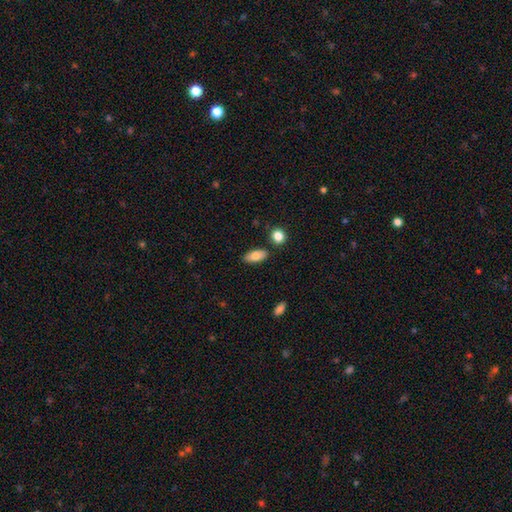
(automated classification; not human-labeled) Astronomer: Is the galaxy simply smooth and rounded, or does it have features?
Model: smooth — 80%.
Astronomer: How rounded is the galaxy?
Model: in between — 89%.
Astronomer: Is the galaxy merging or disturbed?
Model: none — 83%.